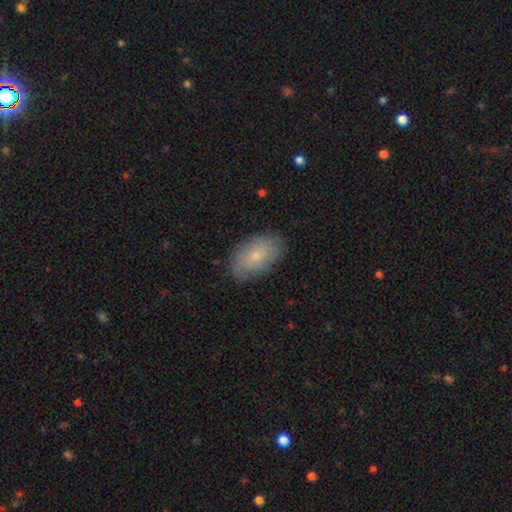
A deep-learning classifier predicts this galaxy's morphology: type=smooth (75%); roundness=in between (93%); merging=none (84%).